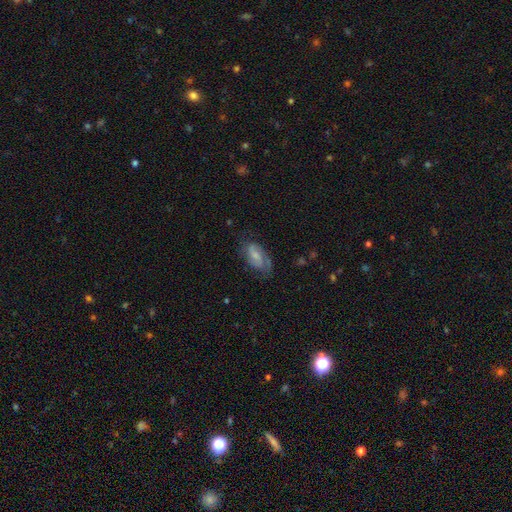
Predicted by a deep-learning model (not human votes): Smooth or featured? featured or disk (59%)
Edge-on disk? no (95%)
Bar? no (44%, tied with weak)
Spiral arms? yes (88%)
Bulge size? small (49%)
Merging? none (62%)